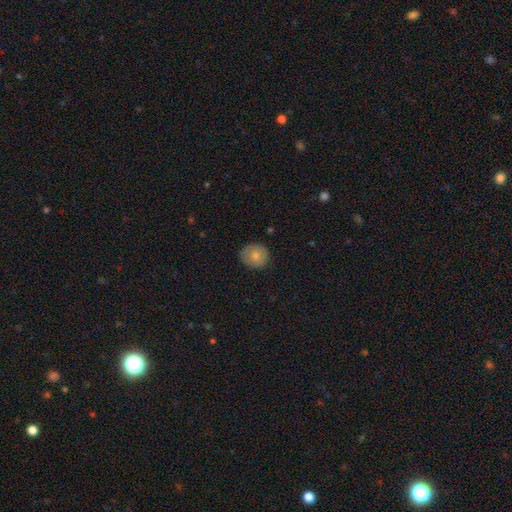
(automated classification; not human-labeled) smooth 76%, featured or disk 16%, star or artifact 8%. Down the decision tree: how rounded — round (83%); merging — none (84%).